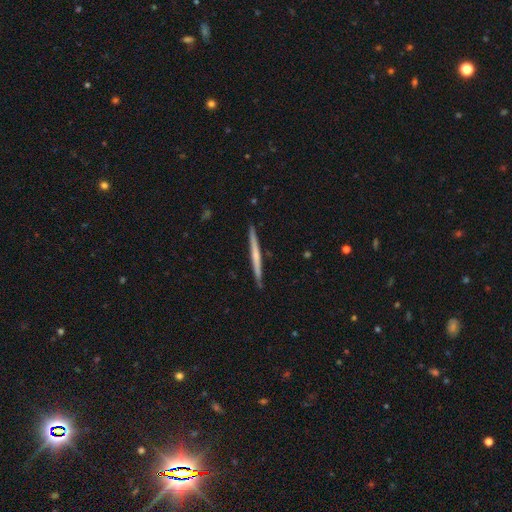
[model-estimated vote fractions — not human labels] This is possibly a featured or disk galaxy (55%). It is clearly viewed edge-on (98%). Edge-on bulge: likely none (72%). Merging: clearly none (91%).